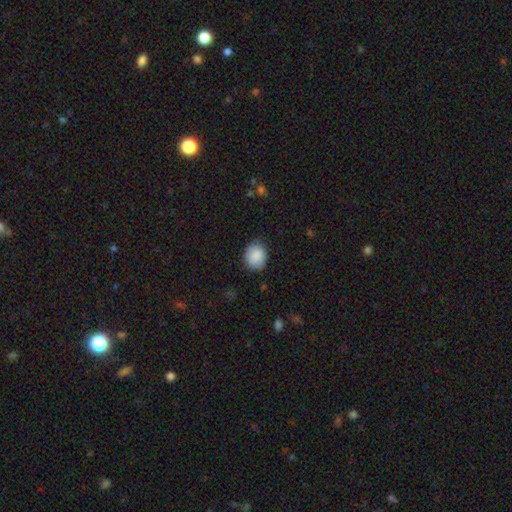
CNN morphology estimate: Overall: smooth (89%). How rounded: round (60%; in between 39%). Merging: none (83%).